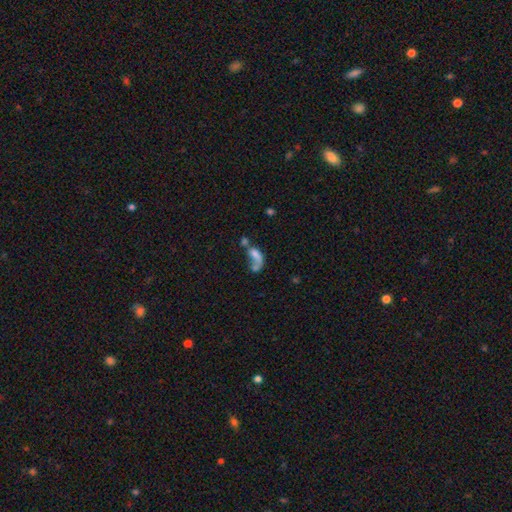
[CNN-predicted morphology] smooth-or-featured: smooth: 54% | featured or disk: 35% | star or artifact: 12%
  how-rounded: in between: 79% | round: 12% | cigar-shaped: 9%
  merging: merger: 41% | major disturbance: 31% | none: 18% | minor disturbance: 10%